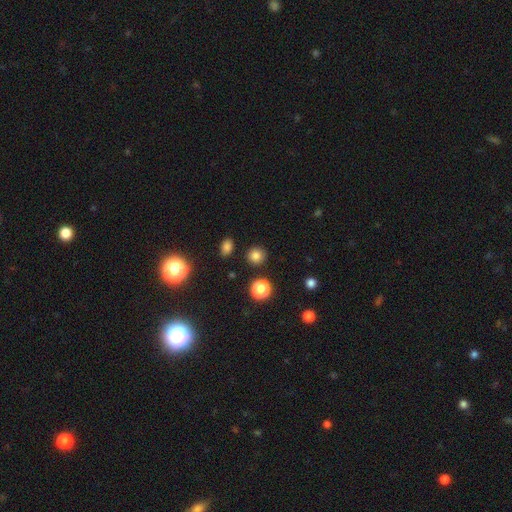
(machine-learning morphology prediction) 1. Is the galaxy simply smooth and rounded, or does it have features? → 80% smooth, 16% star or artifact, 5% featured or disk.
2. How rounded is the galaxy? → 91% round, 8% in between, 1% cigar-shaped.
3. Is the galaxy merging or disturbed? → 89% none, 6% minor disturbance, 2% merger, 2% major disturbance.